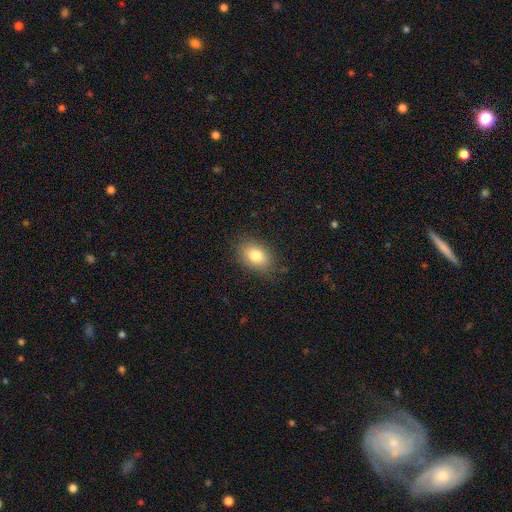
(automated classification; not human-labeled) smooth-or-featured: smooth: 80% | featured or disk: 11% | star or artifact: 9%
  how-rounded: in between: 82% | round: 17% | cigar-shaped: 1%
  merging: none: 82% | minor disturbance: 13% | major disturbance: 4% | merger: 1%